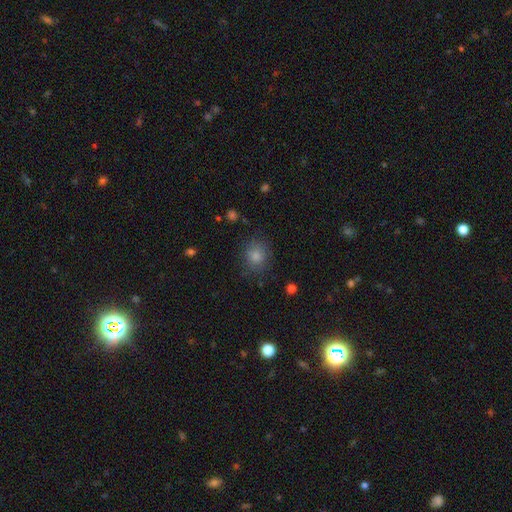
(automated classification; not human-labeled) Overall: smooth (73%). How rounded: round (79%). Merging: none (84%).